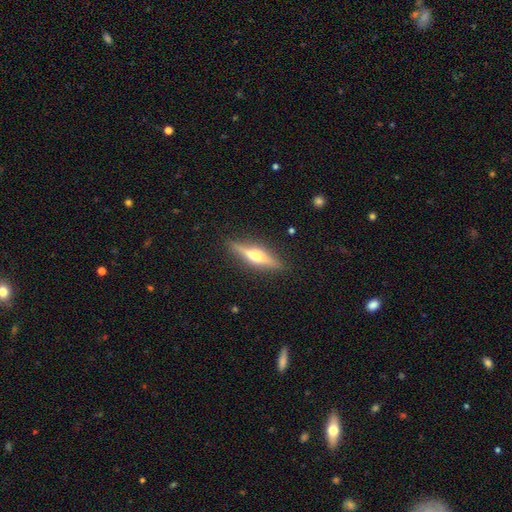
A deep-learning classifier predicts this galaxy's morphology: smooth-or-featured: featured or disk: 64% | smooth: 29% | star or artifact: 7%
  disk-edge-on: yes: 95% | no: 5%
    edge-on-bulge: rounded: 89% | boxy: 6% | none: 4%
  merging: none: 87% | minor disturbance: 9% | major disturbance: 2% | merger: 1%